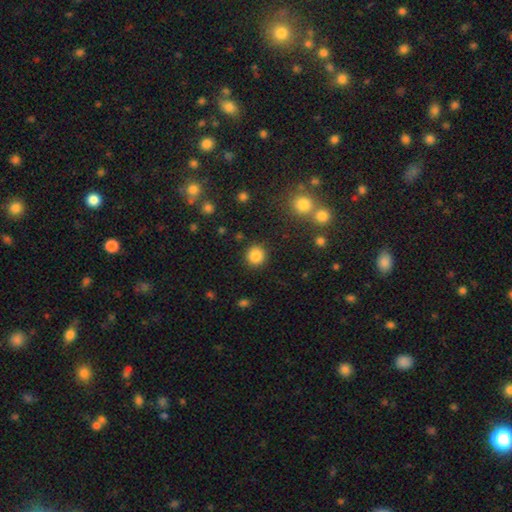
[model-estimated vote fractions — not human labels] Q: Smooth or featured?
A: smooth (84%); runner-up: star or artifact (11%)
Q: How rounded?
A: round (92%); runner-up: in between (7%)
Q: Merging?
A: none (90%); runner-up: minor disturbance (6%)